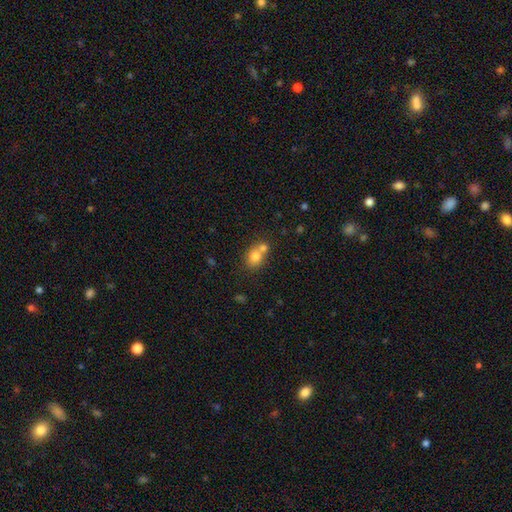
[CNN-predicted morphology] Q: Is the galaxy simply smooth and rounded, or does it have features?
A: smooth — 77%.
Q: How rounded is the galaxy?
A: round — 59%.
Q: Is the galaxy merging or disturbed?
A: merger — 53%.